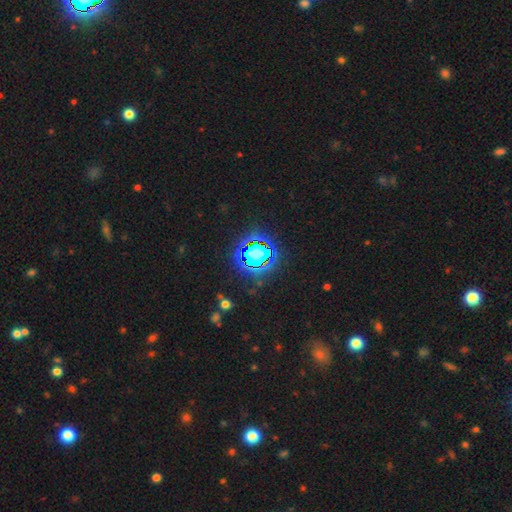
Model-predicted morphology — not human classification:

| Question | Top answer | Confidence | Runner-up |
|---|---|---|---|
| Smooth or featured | star or artifact | 78% | smooth (14%) |